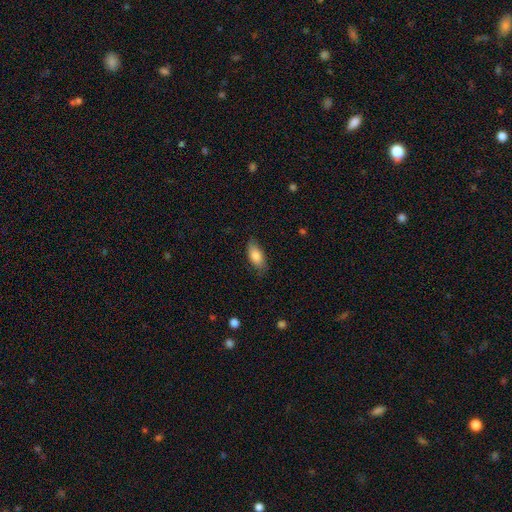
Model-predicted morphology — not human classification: Q: Smooth or featured?
A: smooth (81%); runner-up: featured or disk (12%)
Q: How rounded?
A: in between (87%); runner-up: cigar-shaped (9%)
Q: Merging?
A: none (77%); runner-up: minor disturbance (18%)